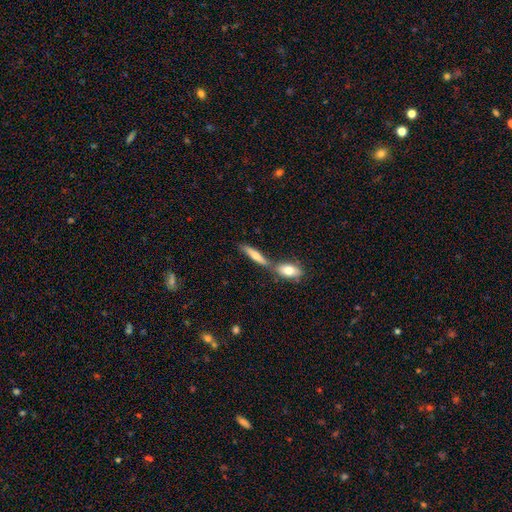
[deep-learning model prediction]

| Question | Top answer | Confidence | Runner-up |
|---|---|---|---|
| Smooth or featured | smooth | 65% | featured or disk (28%) |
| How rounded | cigar-shaped | 72% | in between (26%) |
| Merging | none | 54% | merger (33%) |